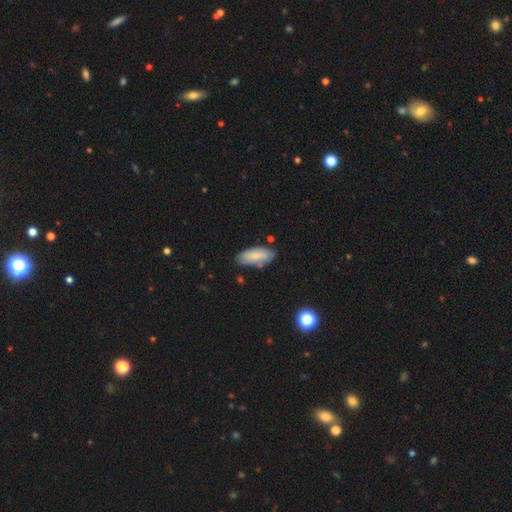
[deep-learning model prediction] Q: Smooth or featured?
A: smooth (84%); runner-up: featured or disk (10%)
Q: How rounded?
A: in between (84%); runner-up: cigar-shaped (14%)
Q: Merging?
A: none (75%); runner-up: minor disturbance (18%)